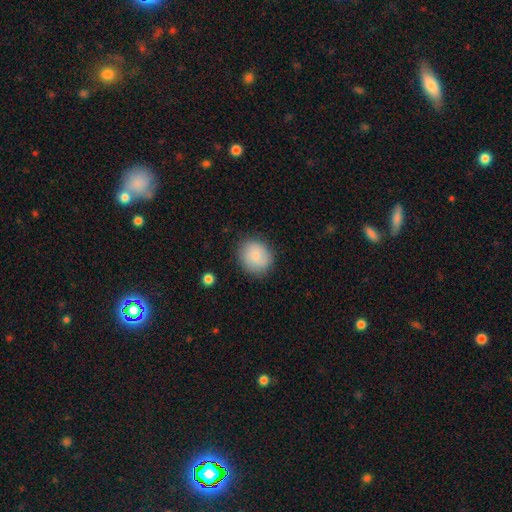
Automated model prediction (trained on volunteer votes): Morphology: type=smooth (79%); roundness=round (78%); merging=none (82%).